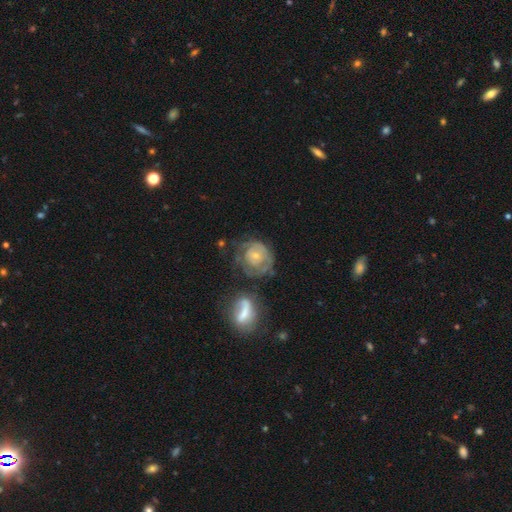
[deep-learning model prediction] This is likely a featured or disk galaxy (61%). It is clearly not viewed edge-on (97%). Bar: clearly no (81%). Spiral arm pattern: possibly yes (59%). Central bulge: likely small (65%). Merging: marginally none (45%).